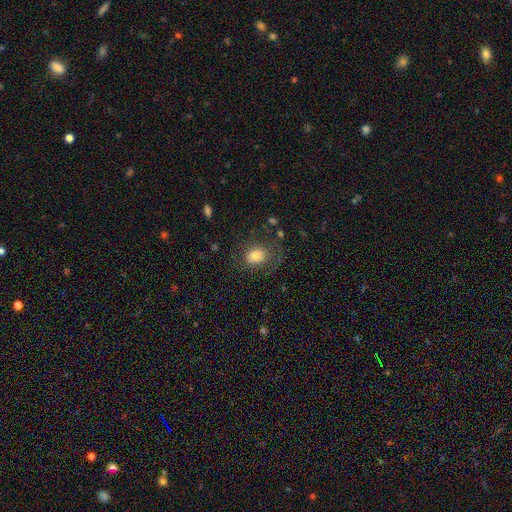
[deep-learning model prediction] Q: Smooth or featured?
A: smooth (76%); runner-up: featured or disk (14%)
Q: How rounded?
A: round (53%); runner-up: in between (46%)
Q: Merging?
A: none (65%); runner-up: minor disturbance (19%)